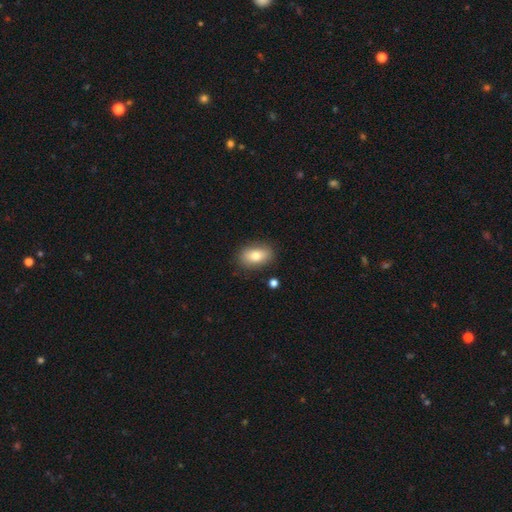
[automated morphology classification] Q: Smooth or featured?
A: smooth (75%); runner-up: featured or disk (17%)
Q: How rounded?
A: in between (87%); runner-up: round (10%)
Q: Merging?
A: none (85%); runner-up: minor disturbance (11%)